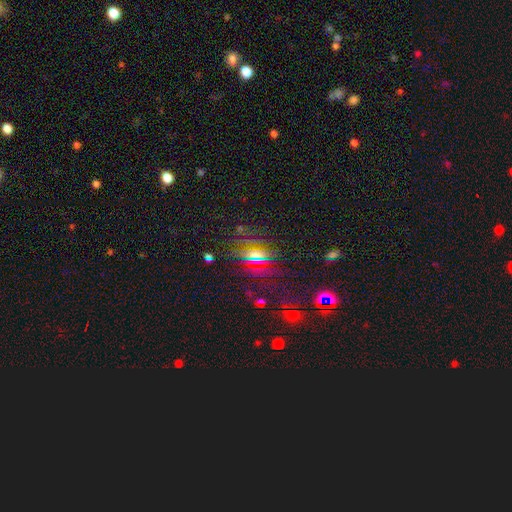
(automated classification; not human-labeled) A star or artifact, not a galaxy (56%).